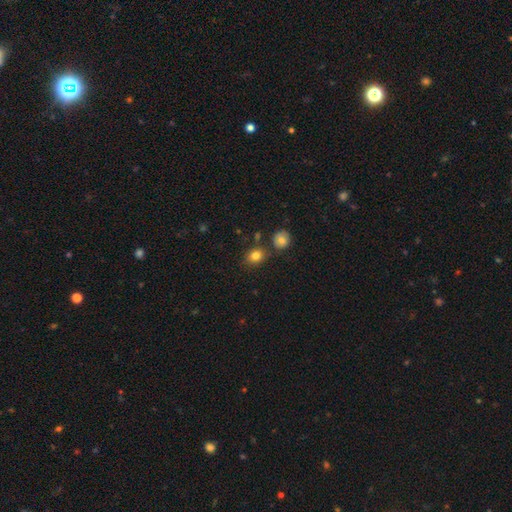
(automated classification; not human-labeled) The model was most divided on "how rounded": round: 56%, in between: 43%, cigar-shaped: 1%. More confident: smooth or featured — smooth (81%); merging — none (76%).